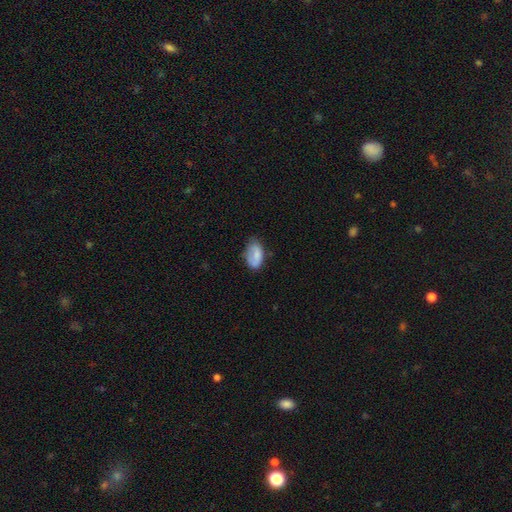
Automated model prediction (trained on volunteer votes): smooth 74%, featured or disk 19%, star or artifact 7%. Down the decision tree: how rounded — in between (92%); merging — none (56%).